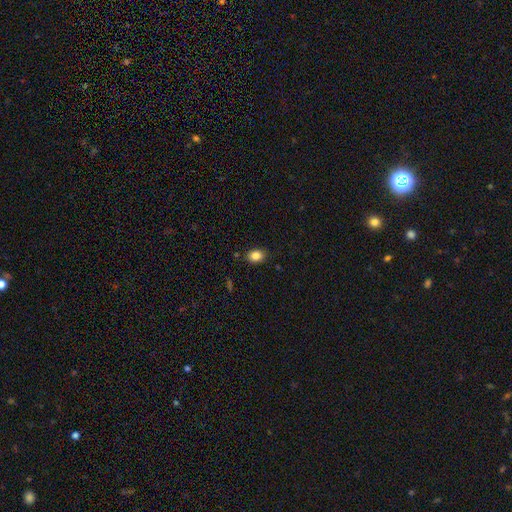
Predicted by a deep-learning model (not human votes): Smooth or featured? smooth (85%)
How rounded? in between (66%)
Merging? none (86%)